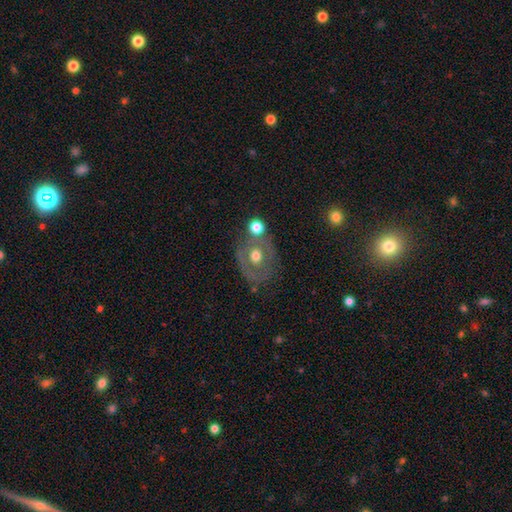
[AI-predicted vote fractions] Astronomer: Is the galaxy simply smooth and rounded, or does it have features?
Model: featured or disk — 47% (runner-up: smooth, 43%).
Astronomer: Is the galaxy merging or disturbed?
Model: none — 57%.